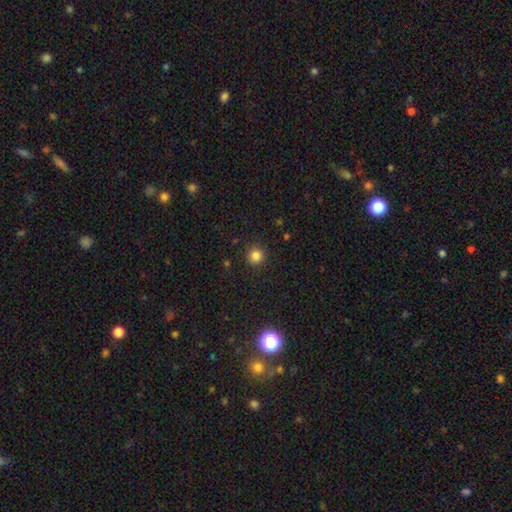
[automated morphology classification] Smooth or featured: smooth — 83% (star or artifact — 13%)
How rounded: round — 94% (in between — 5%)
Merging: none — 90% (minor disturbance — 7%)